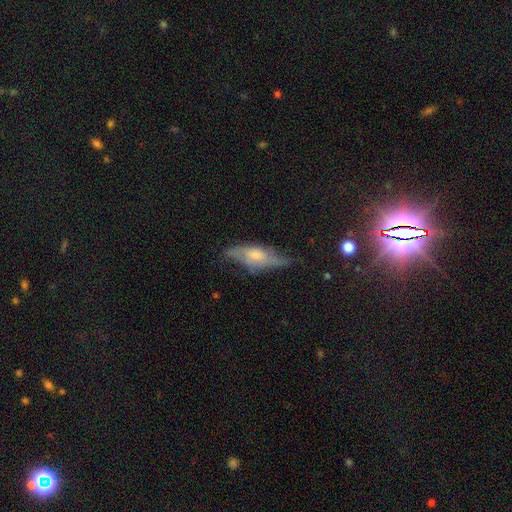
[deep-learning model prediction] The model was most divided on "edge-on disk": no: 56%, yes: 44%. Remaining: smooth or featured — featured or disk (53%); merging — none (48%).